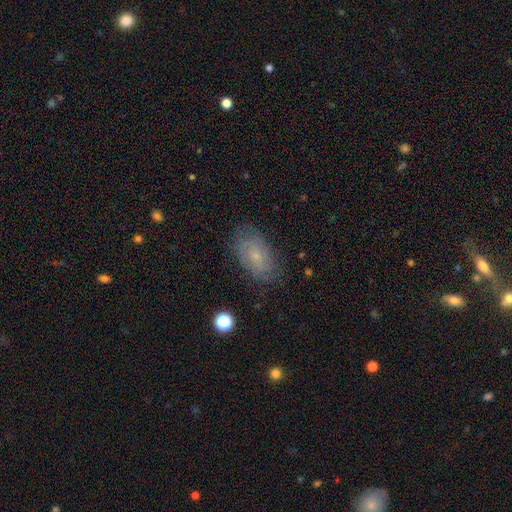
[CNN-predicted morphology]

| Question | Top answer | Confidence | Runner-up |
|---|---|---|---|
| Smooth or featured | smooth | 45% | featured or disk (44%) |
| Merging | none | 75% | minor disturbance (18%) |